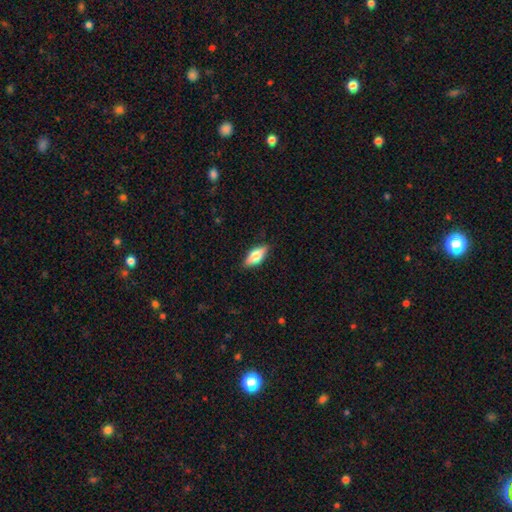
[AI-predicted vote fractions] A smooth galaxy with no disk features (61%) that is in between round and cigar-shaped (74%).

Vote fractions:
- Smooth or featured? smooth: 61% / featured or disk: 32% / star or artifact: 7%
- How rounded? in between: 74% / cigar-shaped: 23% / round: 3%
- Merging? none: 86% / minor disturbance: 11% / major disturbance: 2% / merger: 1%